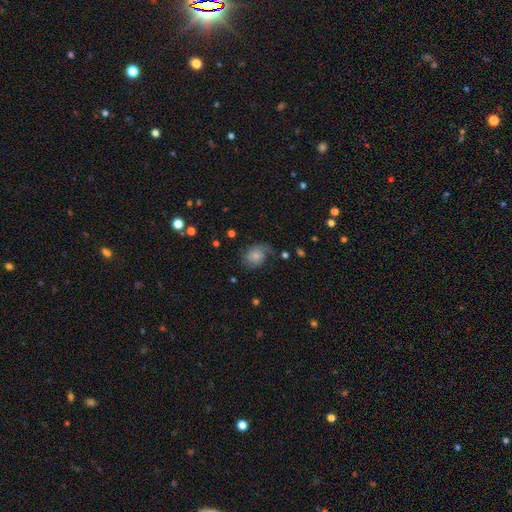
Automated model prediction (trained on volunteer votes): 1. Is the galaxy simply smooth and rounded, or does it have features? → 51% smooth, 40% featured or disk, 9% star or artifact.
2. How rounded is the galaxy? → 58% in between, 41% round, 1% cigar-shaped.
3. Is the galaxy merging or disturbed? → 52% none, 28% minor disturbance, 17% major disturbance, 2% merger.